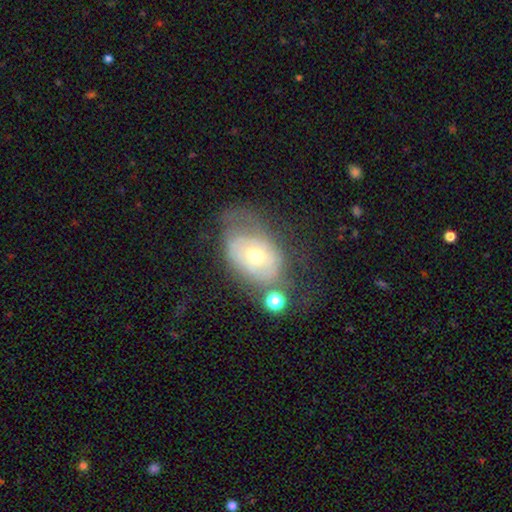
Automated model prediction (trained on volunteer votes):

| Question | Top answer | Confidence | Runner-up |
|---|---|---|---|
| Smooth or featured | featured or disk | 51% | smooth (40%) |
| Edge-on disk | no | 92% | yes (8%) |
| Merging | none | 41% | minor disturbance (25%) |